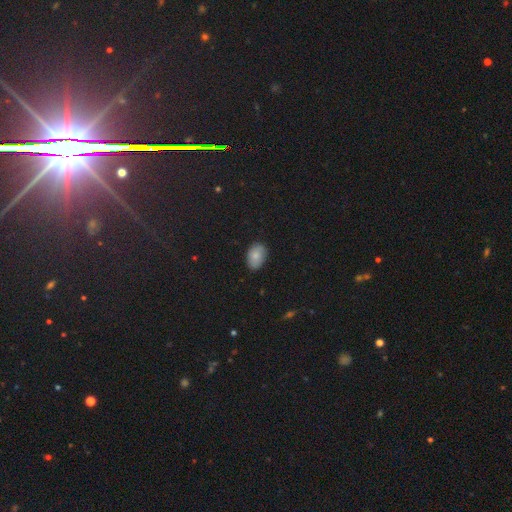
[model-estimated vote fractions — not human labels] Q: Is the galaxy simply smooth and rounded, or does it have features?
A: smooth — 83%.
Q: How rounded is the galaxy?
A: in between — 87%.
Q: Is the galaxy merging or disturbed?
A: none — 83%.